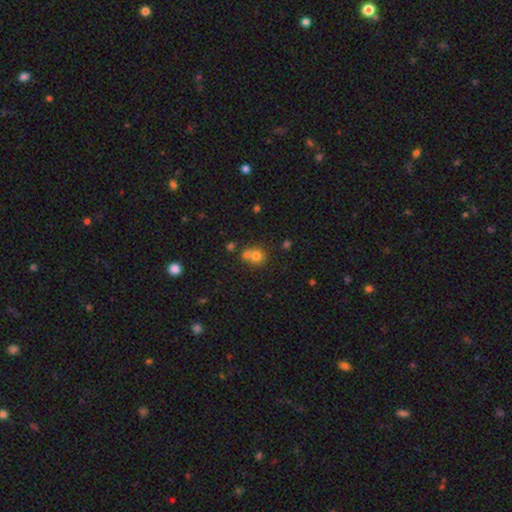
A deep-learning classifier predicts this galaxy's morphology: The model was most divided on "merging": merger: 48%, none: 42%, minor disturbance: 7%, major disturbance: 3%. More confident: how rounded — round (83%); smooth or featured — smooth (73%).